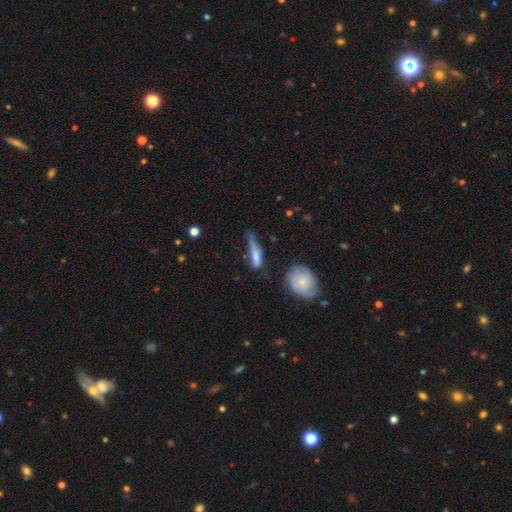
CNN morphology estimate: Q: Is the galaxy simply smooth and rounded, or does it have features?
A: smooth — 66%.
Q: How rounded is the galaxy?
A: cigar-shaped — 74%.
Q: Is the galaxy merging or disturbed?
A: minor disturbance — 36%.